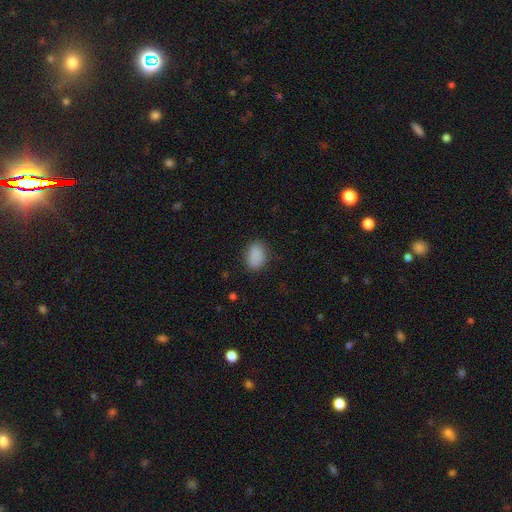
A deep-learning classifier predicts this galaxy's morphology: Smooth or featured?
  - smooth: 88% *
  - star or artifact: 8%
  - featured or disk: 4%
How rounded?
  - in between: 80% *
  - round: 19%
  - cigar-shaped: 1%
Merging?
  - none: 81% *
  - minor disturbance: 14%
  - major disturbance: 4%
  - merger: 1%